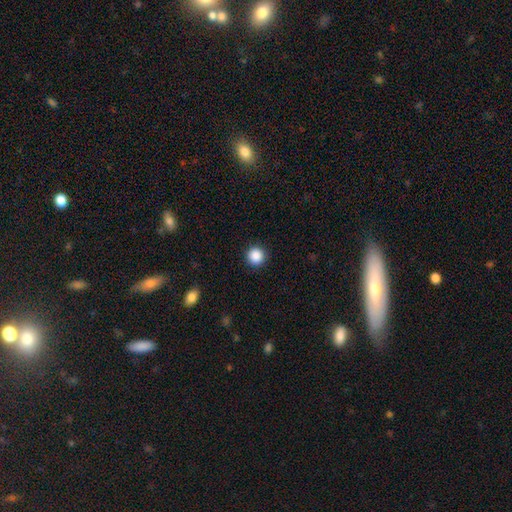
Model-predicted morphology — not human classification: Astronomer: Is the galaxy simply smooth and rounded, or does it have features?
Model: smooth — 87%.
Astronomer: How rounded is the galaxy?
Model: round — 96%.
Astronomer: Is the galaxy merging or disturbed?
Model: none — 92%.